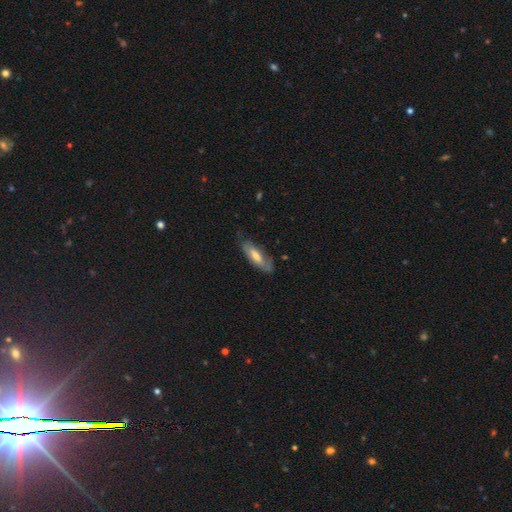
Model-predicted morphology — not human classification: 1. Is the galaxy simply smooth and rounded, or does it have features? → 52% smooth, 42% featured or disk, 7% star or artifact.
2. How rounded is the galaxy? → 51% in between, 47% cigar-shaped, 2% round.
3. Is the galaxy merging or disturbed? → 68% none, 23% minor disturbance, 7% major disturbance, 2% merger.